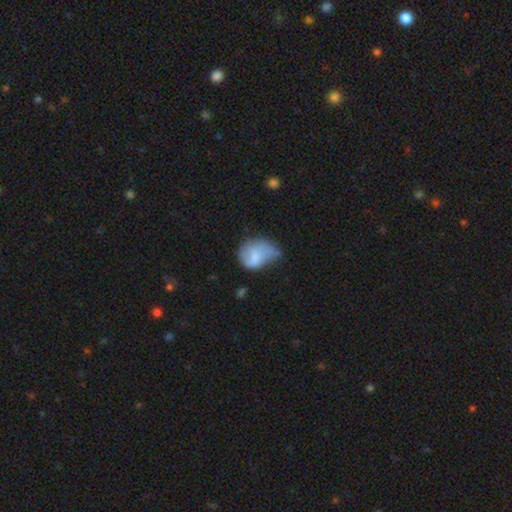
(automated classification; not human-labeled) This appears to be a smooth galaxy with no disk features (66%) that is in between round and cigar-shaped (56%). Merging: minor disturbance (40%).